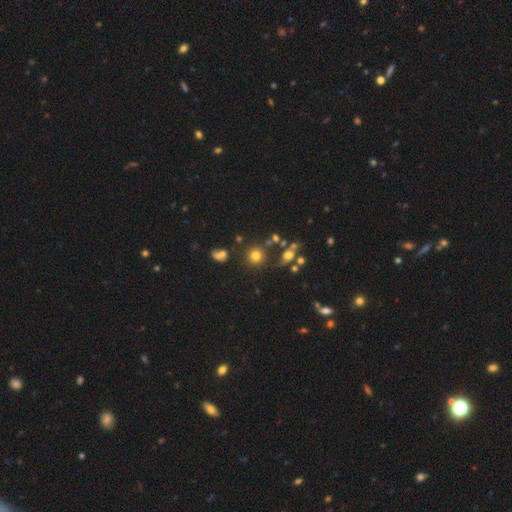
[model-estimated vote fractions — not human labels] Smooth or featured?
  - smooth: 74% *
  - star or artifact: 17%
  - featured or disk: 9%
How rounded?
  - round: 91% *
  - in between: 8%
  - cigar-shaped: 1%
Merging?
  - none: 76% *
  - minor disturbance: 10%
  - merger: 9%
  - major disturbance: 5%